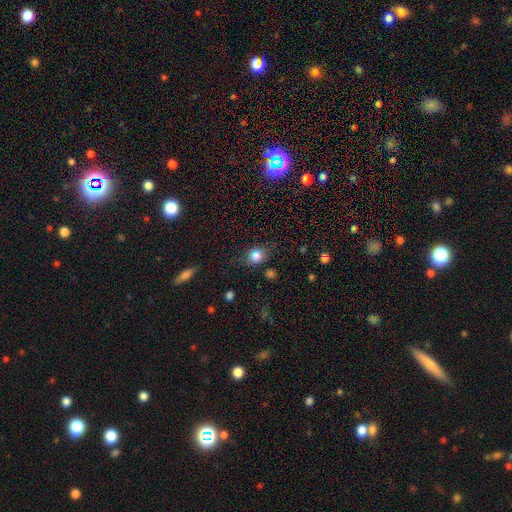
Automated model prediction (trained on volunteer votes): A smooth galaxy with no disk features (80%) that is round (58%). Merging: none (74%).